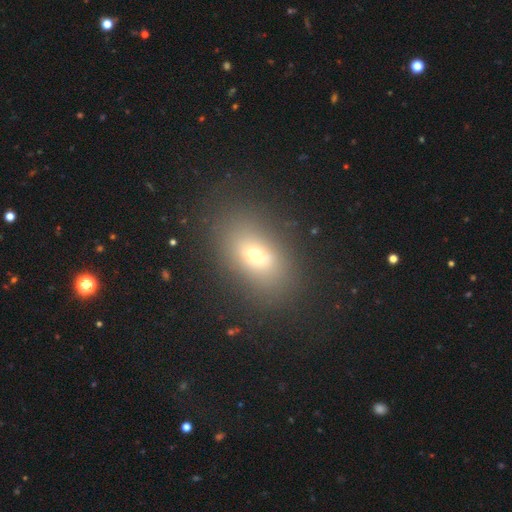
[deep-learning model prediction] Smooth or featured: smooth — 62% (featured or disk — 21%)
How rounded: in between — 75% (round — 21%)
Merging: none — 80% (minor disturbance — 11%)